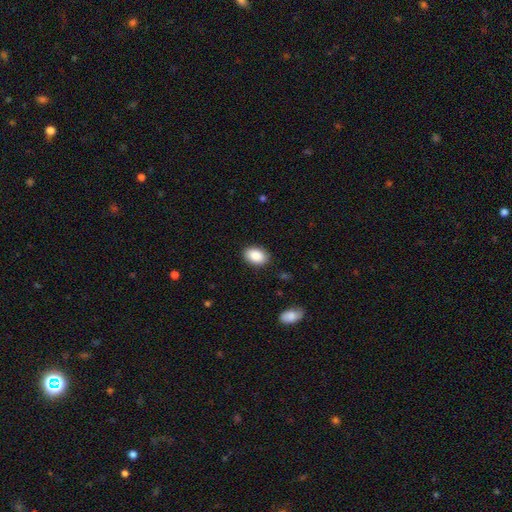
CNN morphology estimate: This appears to be a smooth galaxy with no disk features (89%) that is in between round and cigar-shaped (88%). Merging: none (88%).